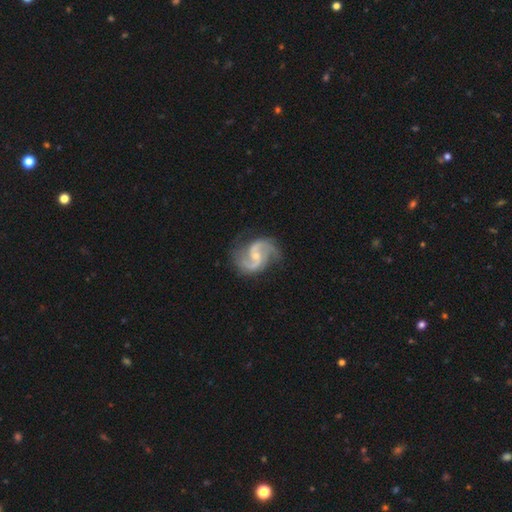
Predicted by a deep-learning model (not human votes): Smooth or featured? Predicted: featured or disk (p=0.92). Edge-on disk? Predicted: no (p=0.98). Bar? Predicted: weak (p=0.48). Spiral arms? Predicted: yes (p=0.98). Spiral winding? Predicted: medium (p=0.52). Spiral arm count? Predicted: 2 (p=0.91). Bulge size? Predicted: small (p=0.60). Merging? Predicted: none (p=0.74).